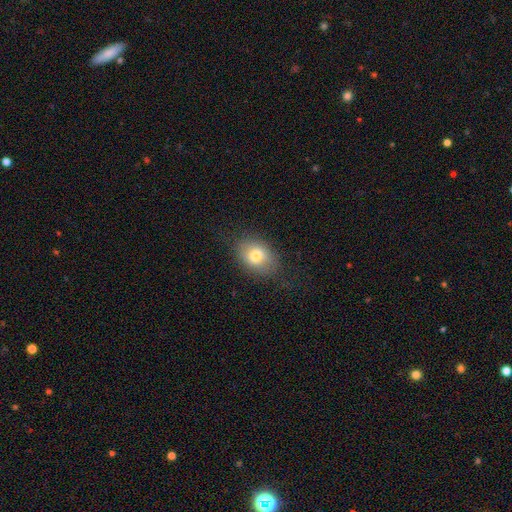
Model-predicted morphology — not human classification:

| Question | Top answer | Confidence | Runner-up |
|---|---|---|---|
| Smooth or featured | smooth | 73% | featured or disk (17%) |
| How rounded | in between | 66% | round (32%) |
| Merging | none | 76% | minor disturbance (17%) |